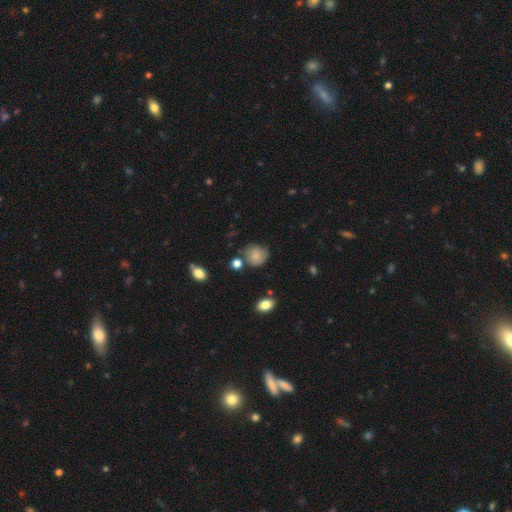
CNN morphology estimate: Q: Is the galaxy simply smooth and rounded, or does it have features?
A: smooth — 76%.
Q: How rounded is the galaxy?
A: round — 80%.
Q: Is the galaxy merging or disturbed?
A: none — 67%.